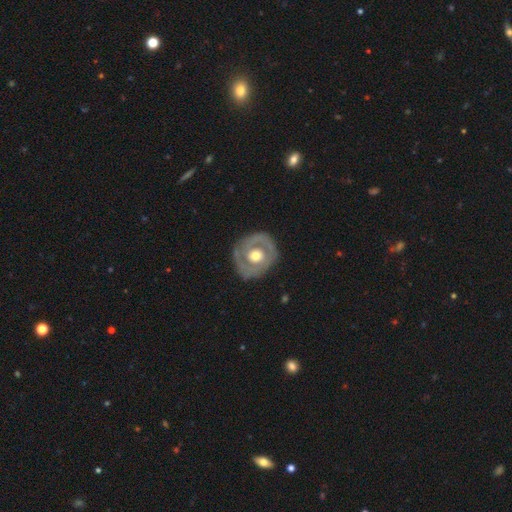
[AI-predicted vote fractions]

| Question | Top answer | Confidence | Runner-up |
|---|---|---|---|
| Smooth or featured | featured or disk | 70% | smooth (26%) |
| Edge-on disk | no | 96% | yes (4%) |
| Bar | no | 82% | weak (14%) |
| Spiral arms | no | 57% | yes (43%) |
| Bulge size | moderate | 72% | large (17%) |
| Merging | none | 78% | minor disturbance (15%) |